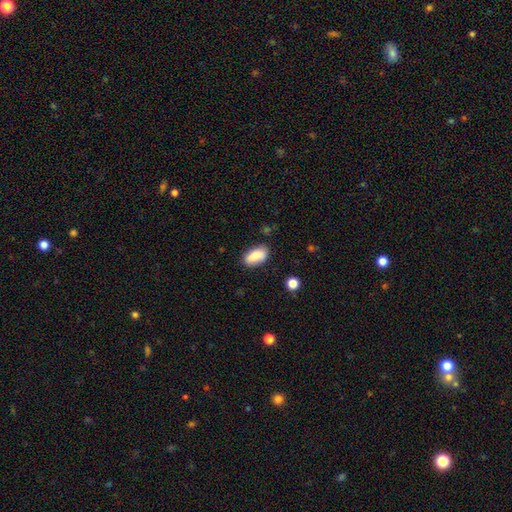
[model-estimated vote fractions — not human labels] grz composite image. It shows a smooth galaxy with no disk features (85%) that is in between round and cigar-shaped (91%). Merging: none (81%).